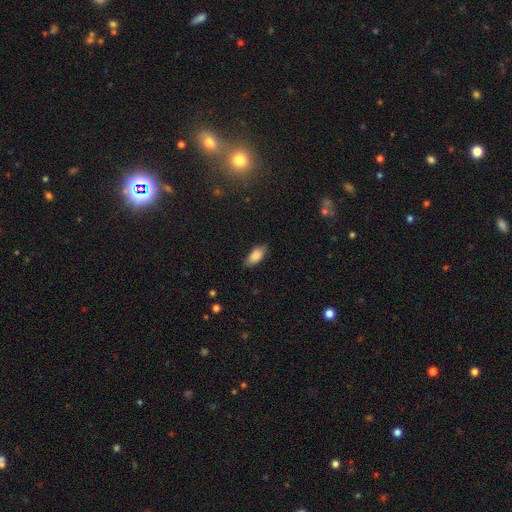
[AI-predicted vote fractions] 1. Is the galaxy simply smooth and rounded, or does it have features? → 87% smooth, 7% featured or disk, 7% star or artifact.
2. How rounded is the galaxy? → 88% in between, 9% cigar-shaped, 3% round.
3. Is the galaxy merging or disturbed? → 80% none, 16% minor disturbance, 3% major disturbance, 1% merger.